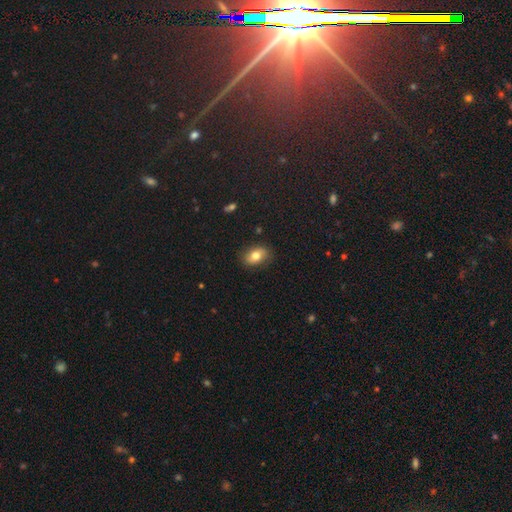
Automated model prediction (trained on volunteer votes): Morphology: type=smooth (76%); roundness=in between (82%); merging=none (83%).